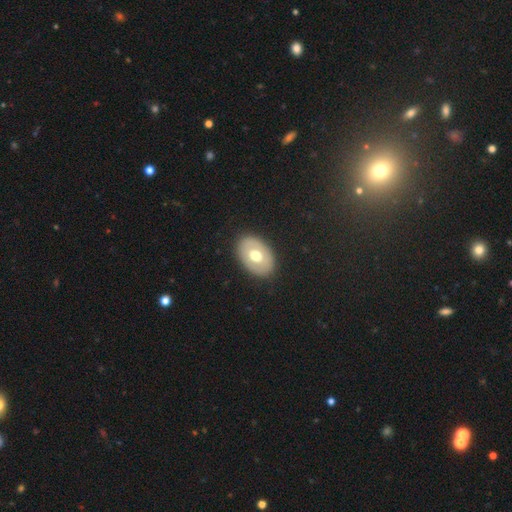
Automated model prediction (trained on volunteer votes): Smooth or featured?
  - smooth: 53% *
  - featured or disk: 41%
  - star or artifact: 6%
How rounded?
  - in between: 80% *
  - round: 19%
  - cigar-shaped: 1%
Merging?
  - none: 87% *
  - minor disturbance: 9%
  - major disturbance: 3%
  - merger: 1%